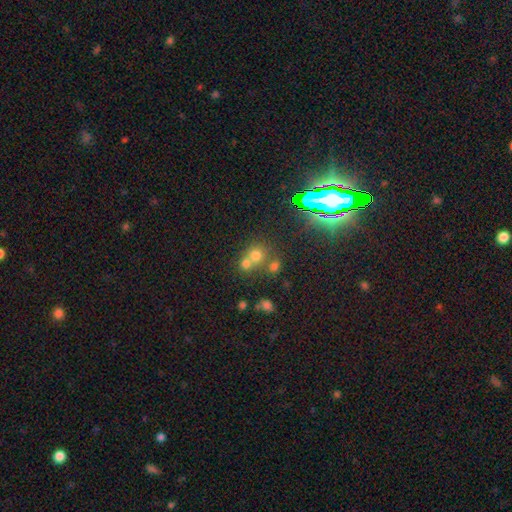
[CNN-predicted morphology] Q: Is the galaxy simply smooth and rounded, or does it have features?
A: smooth — 62%.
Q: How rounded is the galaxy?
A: round — 84%.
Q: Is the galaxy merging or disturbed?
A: merger — 47%.